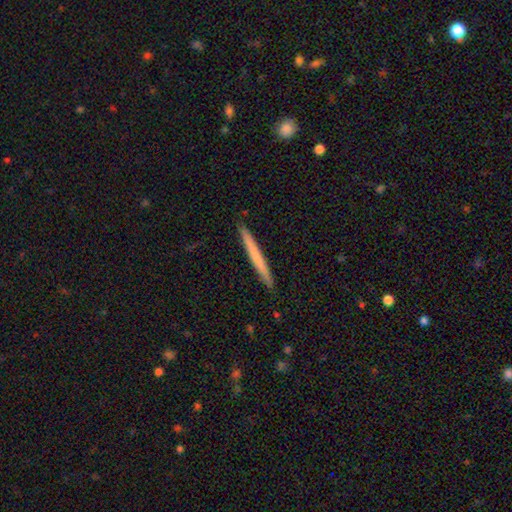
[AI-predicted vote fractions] This appears to be a smooth galaxy with no disk features (63%) that is cigar-shaped (97%). Merging: none (93%).